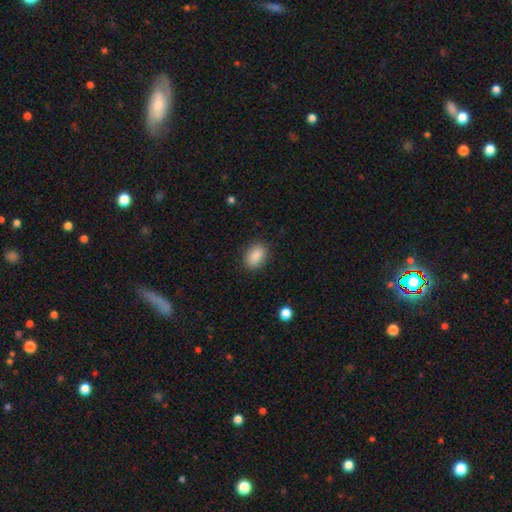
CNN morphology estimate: Overall: smooth (88%). How rounded: in between (83%). Merging: none (87%).